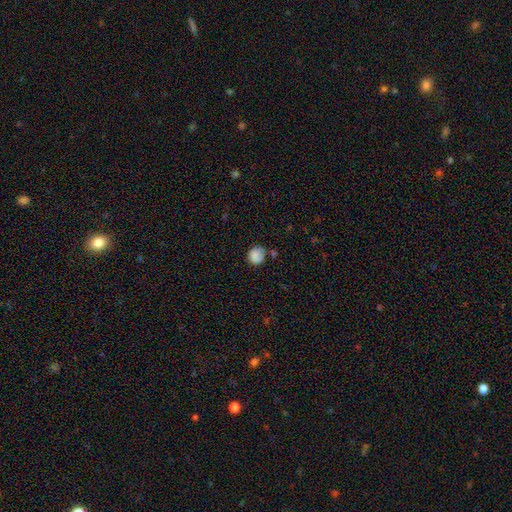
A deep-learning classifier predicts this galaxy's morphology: This is clearly a smooth galaxy (83%). How rounded: likely round (80%). Merging: likely none (68%).